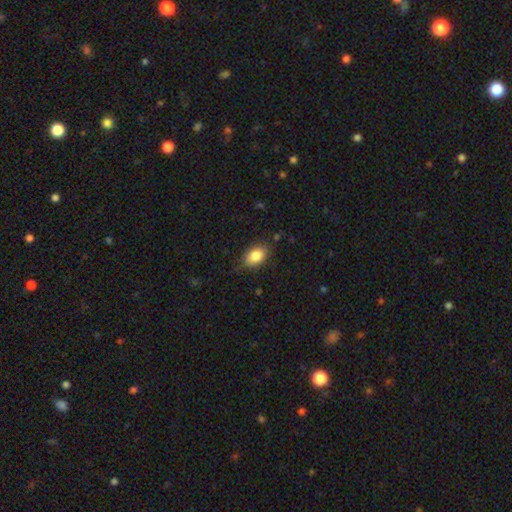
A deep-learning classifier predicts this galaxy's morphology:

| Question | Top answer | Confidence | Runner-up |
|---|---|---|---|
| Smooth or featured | smooth | 84% | featured or disk (8%) |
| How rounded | in between | 84% | round (15%) |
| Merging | none | 77% | minor disturbance (18%) |